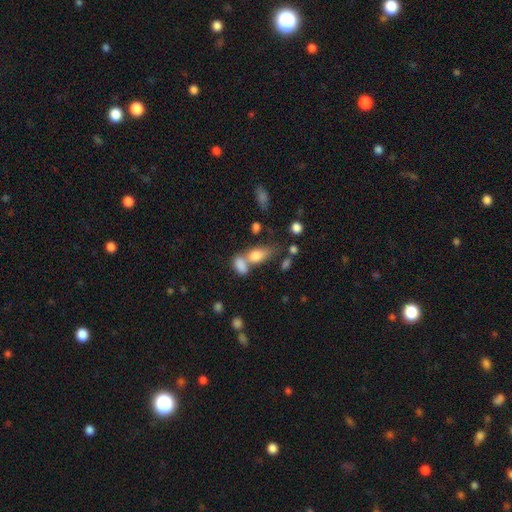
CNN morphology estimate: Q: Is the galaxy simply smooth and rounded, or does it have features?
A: smooth — 79%.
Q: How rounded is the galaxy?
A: in between — 84%.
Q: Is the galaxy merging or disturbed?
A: merger — 50%.